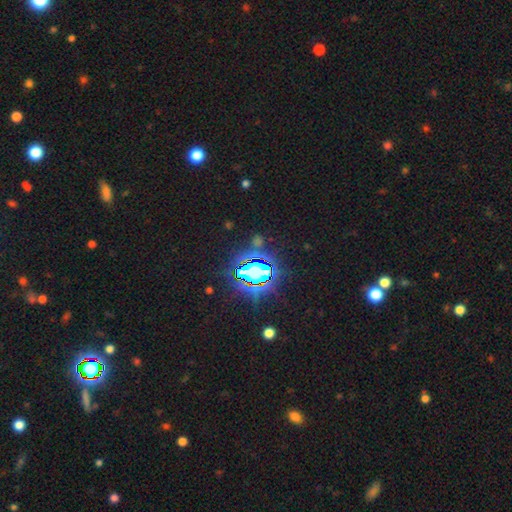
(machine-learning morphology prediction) Overall: star or artifact (82%).